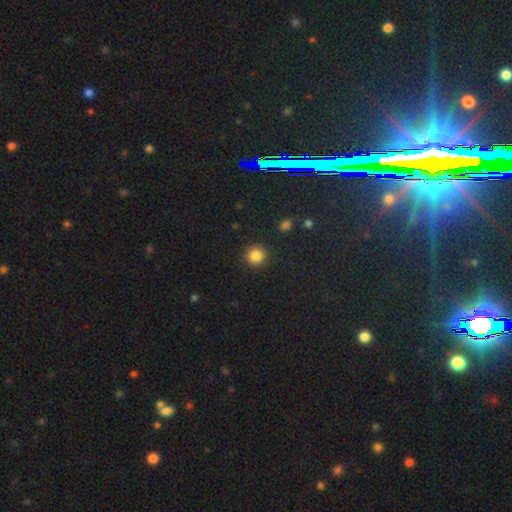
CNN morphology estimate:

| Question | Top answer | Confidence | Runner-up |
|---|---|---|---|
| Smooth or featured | smooth | 85% | star or artifact (11%) |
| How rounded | round | 92% | in between (7%) |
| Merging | none | 91% | minor disturbance (6%) |